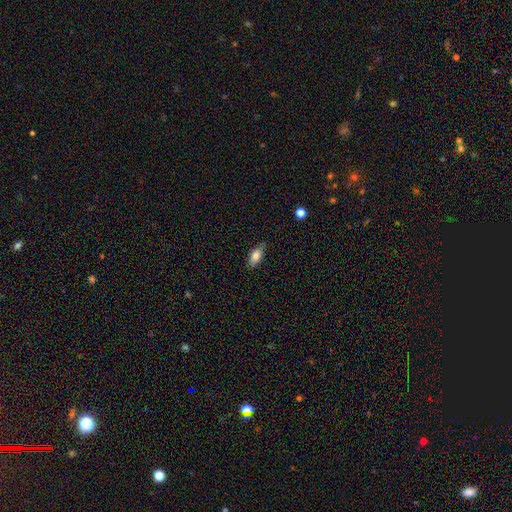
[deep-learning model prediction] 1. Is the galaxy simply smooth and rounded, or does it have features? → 79% smooth, 14% featured or disk, 7% star or artifact.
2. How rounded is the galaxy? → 84% in between, 12% cigar-shaped, 4% round.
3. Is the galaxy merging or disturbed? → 75% none, 20% minor disturbance, 3% major disturbance, 1% merger.